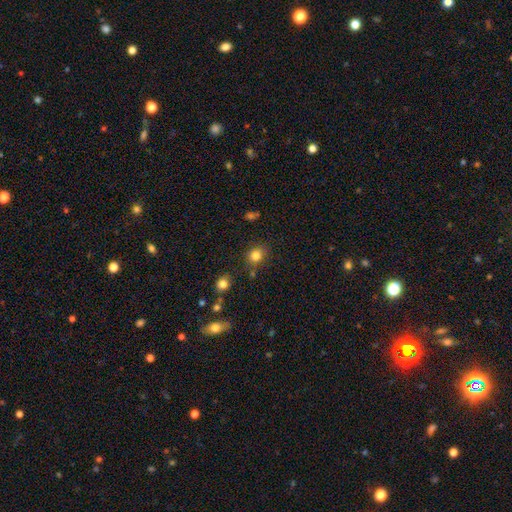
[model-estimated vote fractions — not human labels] The model was most divided on "how rounded": round: 72%, in between: 27%, cigar-shaped: 1%. More confident: smooth or featured — smooth (82%); merging — none (76%).